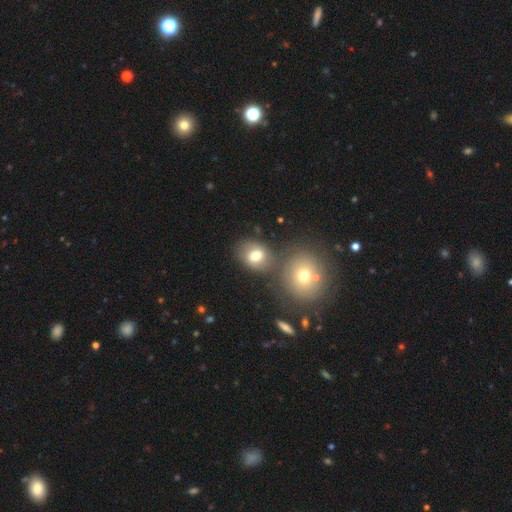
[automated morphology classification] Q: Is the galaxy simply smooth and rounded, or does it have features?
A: smooth — 71%.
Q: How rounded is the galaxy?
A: in between — 54%.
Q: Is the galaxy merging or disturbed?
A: none — 59%.